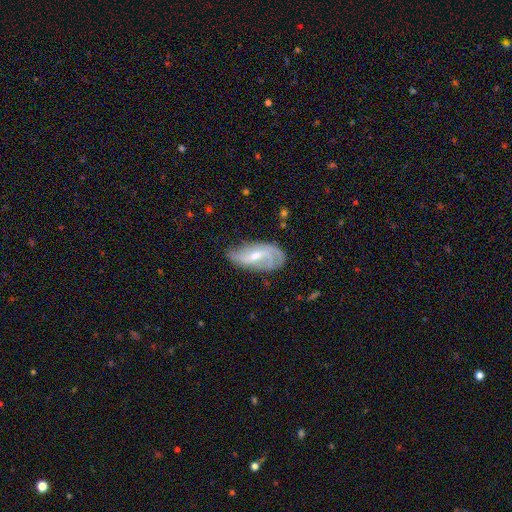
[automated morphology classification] This is likely a featured or disk galaxy (76%). It is clearly not viewed edge-on (93%). Bar: possibly weak (49%). Spiral arm pattern: clearly yes (91%). Spiral arm count: possibly 2 (51%). Spiral winding: marginally loose (38%). Central bulge: possibly moderate (50%). Merging: likely none (63%).